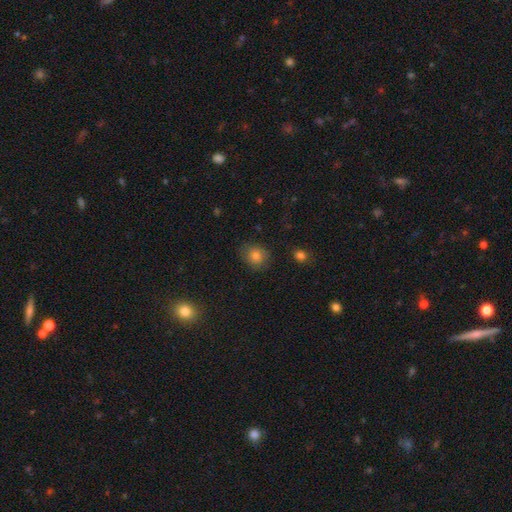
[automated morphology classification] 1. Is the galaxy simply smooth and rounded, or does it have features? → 78% smooth, 12% star or artifact, 10% featured or disk.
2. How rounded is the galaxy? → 75% round, 24% in between, 1% cigar-shaped.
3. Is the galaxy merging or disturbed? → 77% none, 16% minor disturbance, 5% major disturbance, 2% merger.